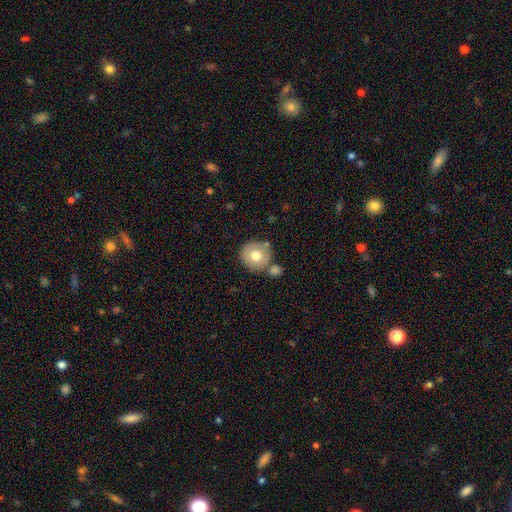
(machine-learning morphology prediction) A smooth galaxy with no disk features (72%) that is round (92%).

Vote fractions:
- Smooth or featured? smooth: 72% / featured or disk: 20% / star or artifact: 8%
- How rounded? round: 92% / in between: 7% / cigar-shaped: 1%
- Merging? none: 67% / merger: 18% / minor disturbance: 12% / major disturbance: 3%